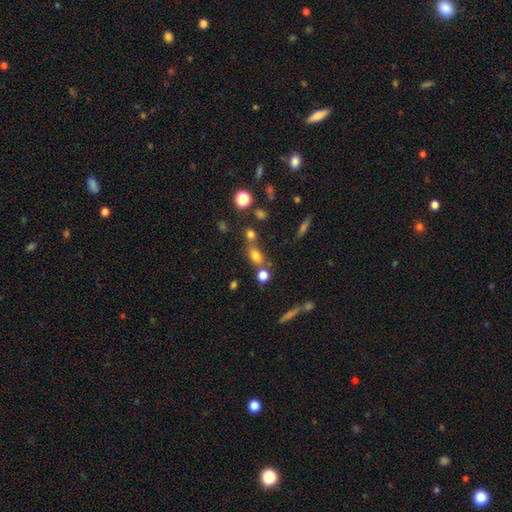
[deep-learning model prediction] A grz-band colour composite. It shows a smooth galaxy with no disk features (73%) that is in between round and cigar-shaped (64%). Merging: none (55%).